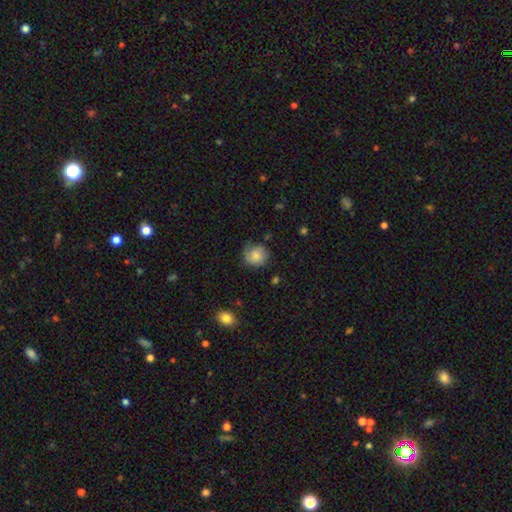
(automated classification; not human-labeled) smooth-or-featured: smooth: 74% | featured or disk: 18% | star or artifact: 8%
  how-rounded: round: 84% | in between: 15% | cigar-shaped: 1%
  merging: none: 65% | minor disturbance: 25% | major disturbance: 8% | merger: 2%